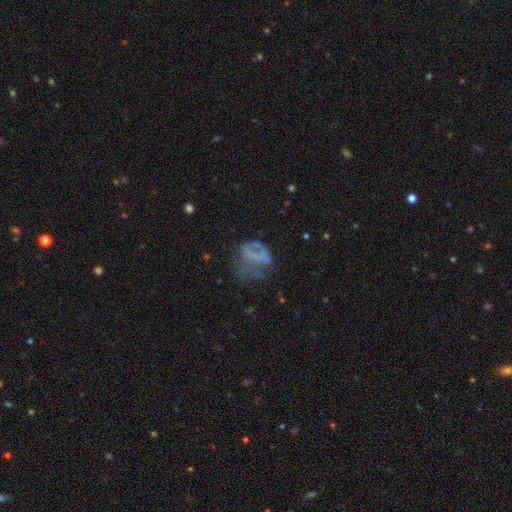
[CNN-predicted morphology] The model was most divided on "smooth or featured": featured or disk: 42%, smooth: 40%, star or artifact: 18%. Remaining: merging — major disturbance (44%).